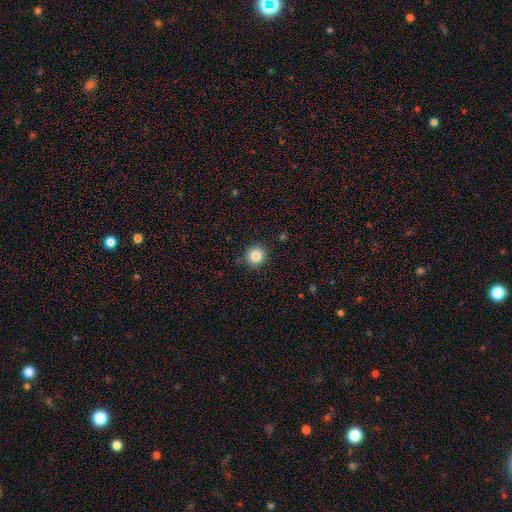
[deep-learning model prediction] The model was most divided on "smooth or featured": smooth: 85%, star or artifact: 10%, featured or disk: 5%. More confident: how rounded — round (91%); merging — none (88%).